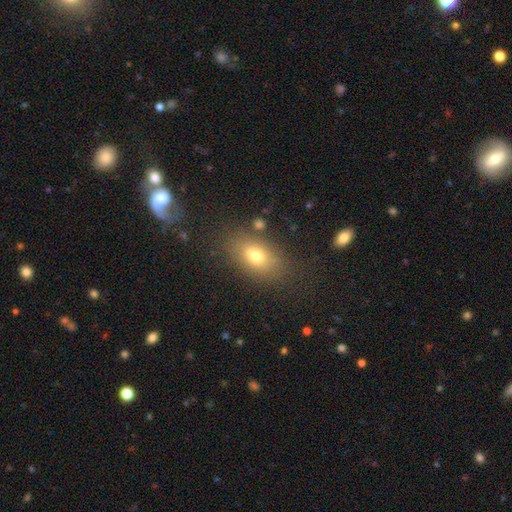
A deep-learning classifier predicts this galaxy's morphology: A smooth galaxy with no disk features (71%) that is in between round and cigar-shaped (83%).

Vote fractions:
- Smooth or featured? smooth: 71% / featured or disk: 17% / star or artifact: 12%
- How rounded? in between: 83% / round: 13% / cigar-shaped: 4%
- Merging? none: 70% / minor disturbance: 15% / merger: 9% / major disturbance: 6%